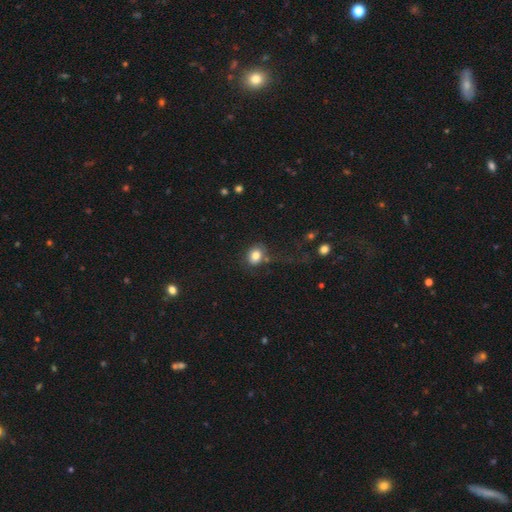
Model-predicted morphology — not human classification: Smooth or featured: smooth — 81% (star or artifact — 10%)
How rounded: round — 55% (in between — 44%)
Merging: none — 66% (minor disturbance — 16%)